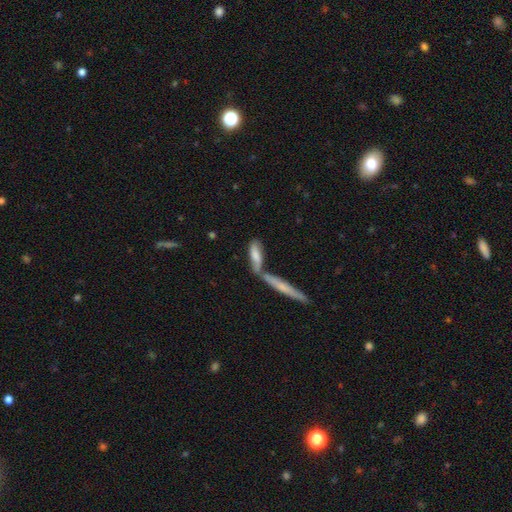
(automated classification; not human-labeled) A smooth galaxy with no disk features (69%) that is cigar-shaped (58%).

Vote fractions:
- Smooth or featured? smooth: 69% / featured or disk: 24% / star or artifact: 7%
- How rounded? cigar-shaped: 58% / in between: 40% / round: 2%
- Merging? merger: 47% / none: 36% / minor disturbance: 12% / major disturbance: 5%